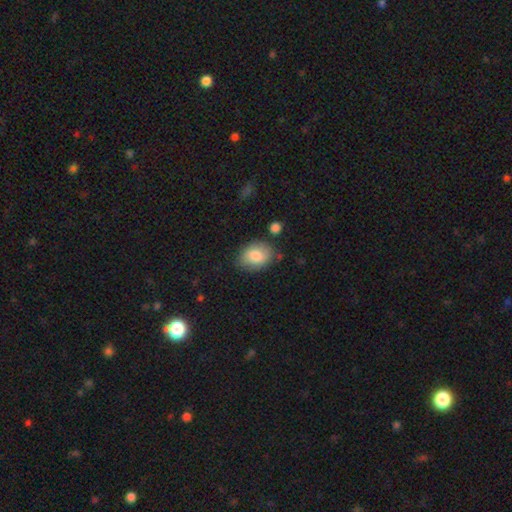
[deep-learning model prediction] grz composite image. It shows a smooth galaxy with no disk features (82%) that is in between round and cigar-shaped (71%). Merging: none (75%).